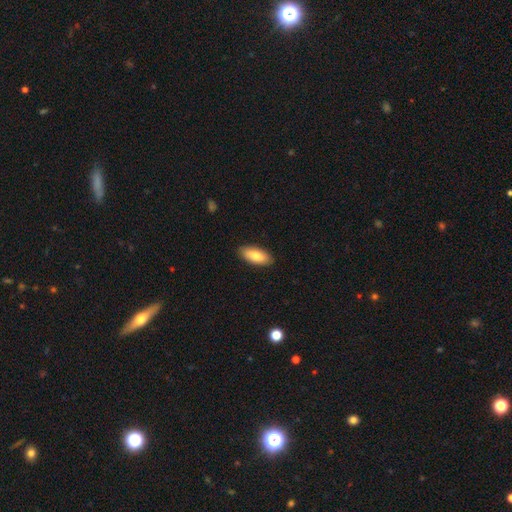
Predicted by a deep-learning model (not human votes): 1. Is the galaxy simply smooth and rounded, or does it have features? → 81% smooth, 13% featured or disk, 6% star or artifact.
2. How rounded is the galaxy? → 85% in between, 13% cigar-shaped, 2% round.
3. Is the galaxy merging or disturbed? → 89% none, 8% minor disturbance, 2% major disturbance, 1% merger.